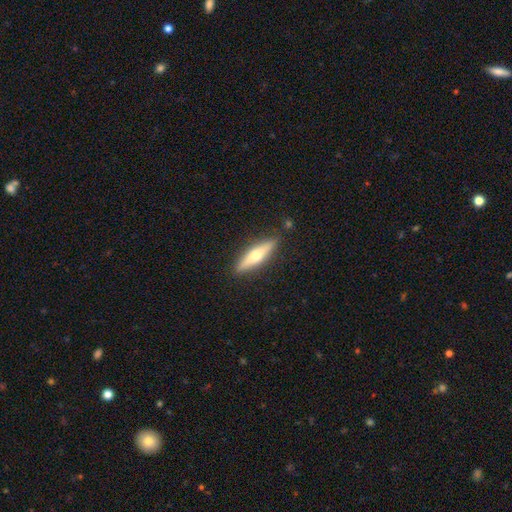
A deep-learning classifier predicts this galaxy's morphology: type=featured or disk (48%); merging=none (88%).